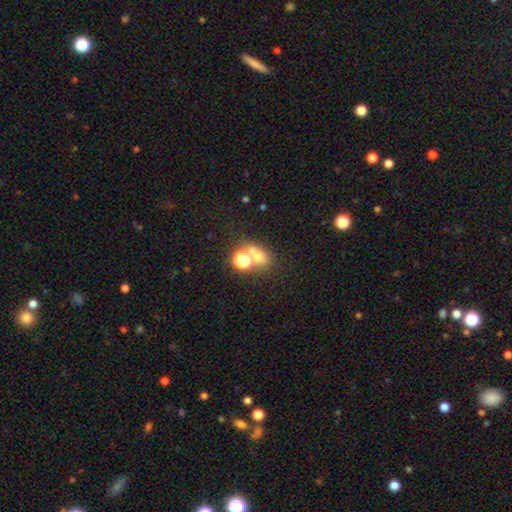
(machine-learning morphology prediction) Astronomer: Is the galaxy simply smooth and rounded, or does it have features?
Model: smooth — 56%.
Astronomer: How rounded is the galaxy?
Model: round — 66%.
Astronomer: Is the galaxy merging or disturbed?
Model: none — 47% (runner-up: merger, 39%).